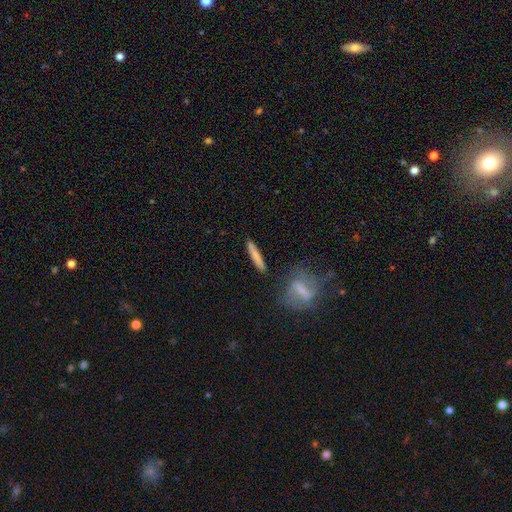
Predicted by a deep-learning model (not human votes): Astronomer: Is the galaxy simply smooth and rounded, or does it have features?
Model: smooth — 74%.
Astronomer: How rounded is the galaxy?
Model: cigar-shaped — 92%.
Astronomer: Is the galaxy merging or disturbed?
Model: none — 85%.